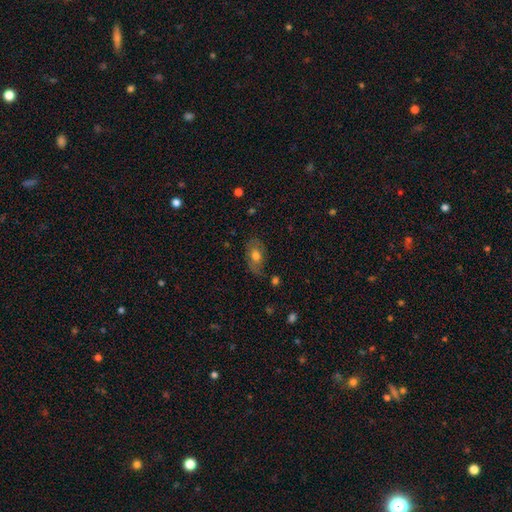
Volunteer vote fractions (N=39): smooth-or-featured: smooth: 62% | featured or disk: 36% | star or artifact: 3%
  how-rounded: in between: 88% | round: 12% | cigar-shaped: 0%
  merging: none: 42% | minor disturbance: 39% | major disturbance: 18% | merger: 0%